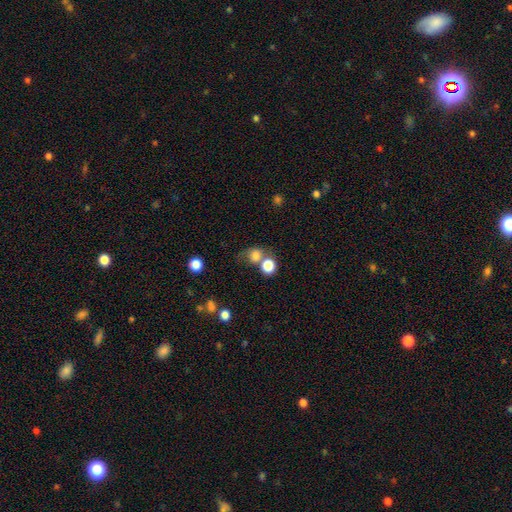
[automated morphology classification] Smooth or featured: smooth — 75% (star or artifact — 14%)
How rounded: round — 72% (in between — 27%)
Merging: none — 42% (merger — 34%)